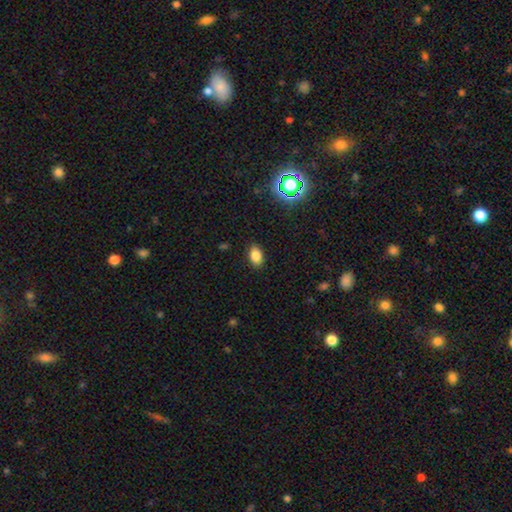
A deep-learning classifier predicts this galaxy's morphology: Smooth or featured? smooth (82%)
How rounded? in between (88%)
Merging? none (87%)